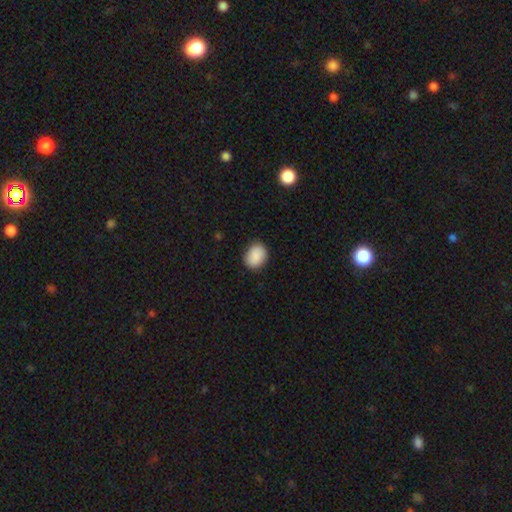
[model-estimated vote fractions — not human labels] Overall: smooth (88%). How rounded: round (50%; in between 49%). Merging: none (85%).